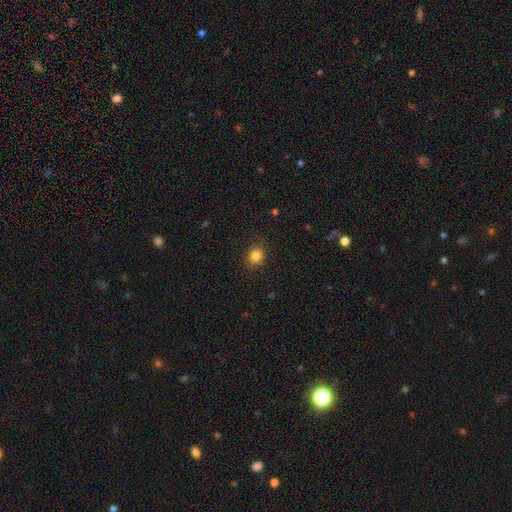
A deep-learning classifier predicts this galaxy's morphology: Q: Smooth or featured?
A: smooth (83%); runner-up: star or artifact (12%)
Q: How rounded?
A: round (82%); runner-up: in between (17%)
Q: Merging?
A: none (88%); runner-up: minor disturbance (9%)